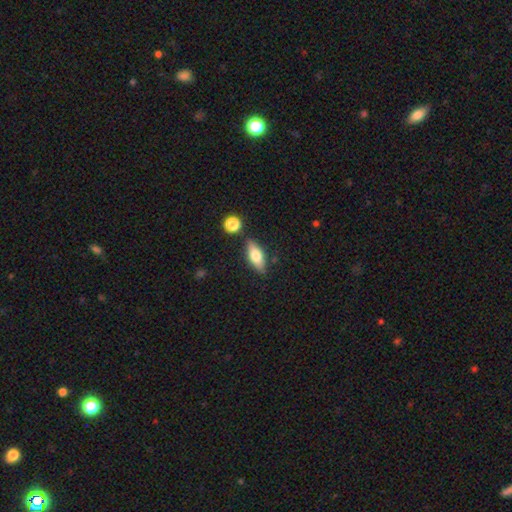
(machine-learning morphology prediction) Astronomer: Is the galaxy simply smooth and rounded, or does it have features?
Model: smooth — 68%.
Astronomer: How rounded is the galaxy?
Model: in between — 73%.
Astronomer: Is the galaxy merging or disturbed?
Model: none — 80%.